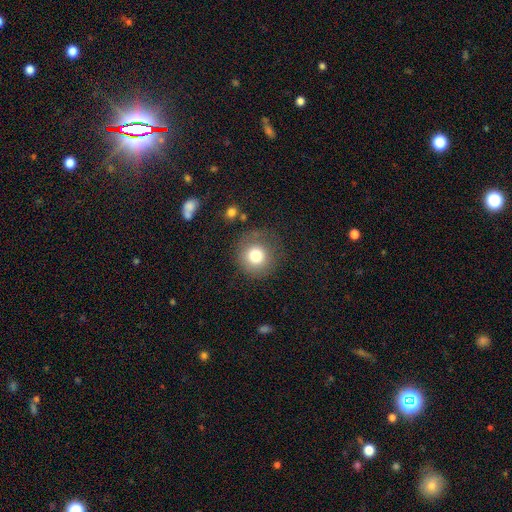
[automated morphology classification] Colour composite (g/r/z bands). It shows a smooth galaxy with no disk features (77%) that is round (92%). Merging: none (75%).